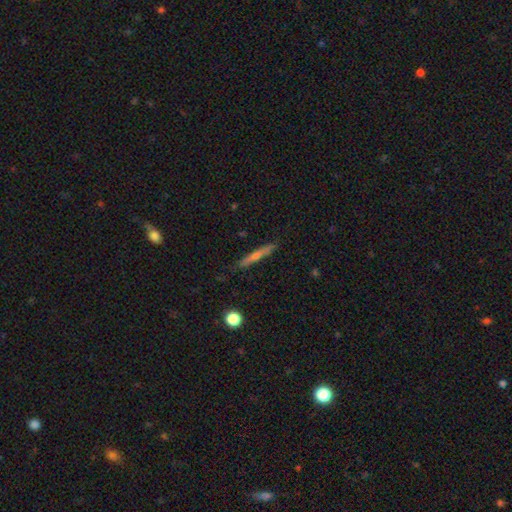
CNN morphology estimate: This appears to be a featured or disk galaxy (53%) viewed edge-on (96%) with a rounded central bulge (60%). Merging: none (87%).